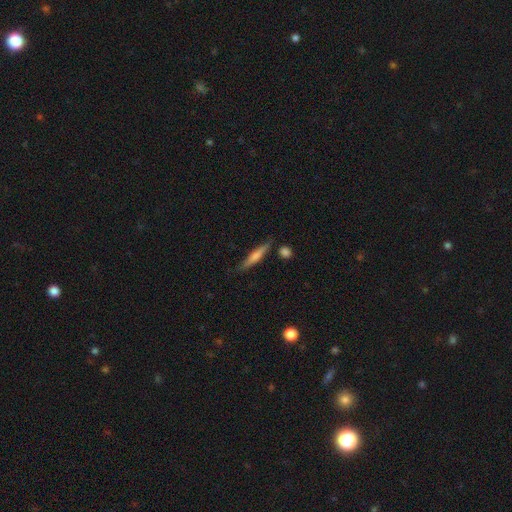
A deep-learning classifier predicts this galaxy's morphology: type=featured or disk (47%); merging=none (83%).